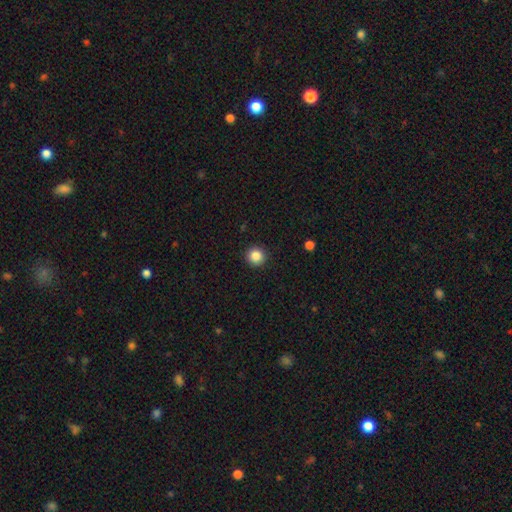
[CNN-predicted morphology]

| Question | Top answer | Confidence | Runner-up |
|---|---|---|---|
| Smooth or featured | smooth | 86% | star or artifact (10%) |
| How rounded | round | 95% | in between (4%) |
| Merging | none | 92% | minor disturbance (5%) |